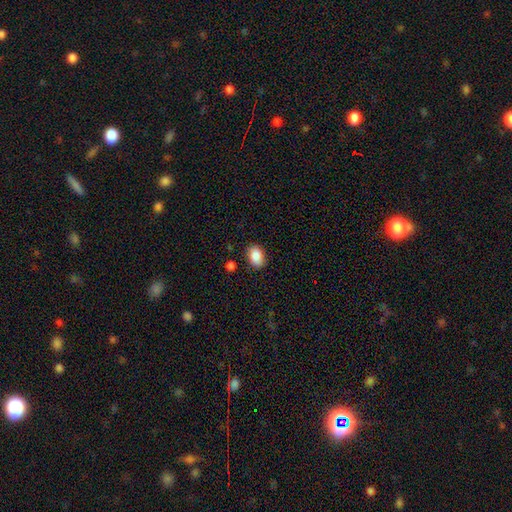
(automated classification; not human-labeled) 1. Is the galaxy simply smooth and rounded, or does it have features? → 88% smooth, 8% star or artifact, 5% featured or disk.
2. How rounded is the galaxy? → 81% in between, 18% round, 1% cigar-shaped.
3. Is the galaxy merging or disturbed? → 84% none, 12% minor disturbance, 3% major disturbance, 2% merger.